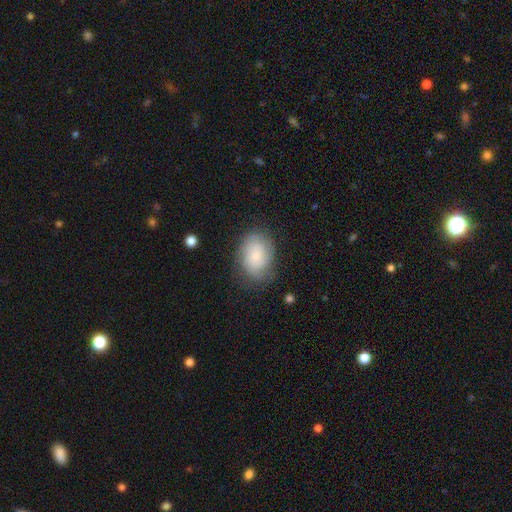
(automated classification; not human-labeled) Overall: smooth (58%; featured or disk 34%). How rounded: in between (73%). Merging: none (71%).